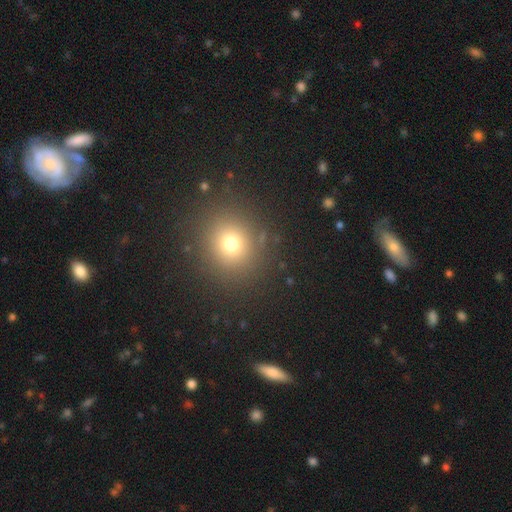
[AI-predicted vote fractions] Smooth or featured: smooth — 70% (star or artifact — 21%)
How rounded: round — 88% (in between — 11%)
Merging: none — 89% (minor disturbance — 7%)